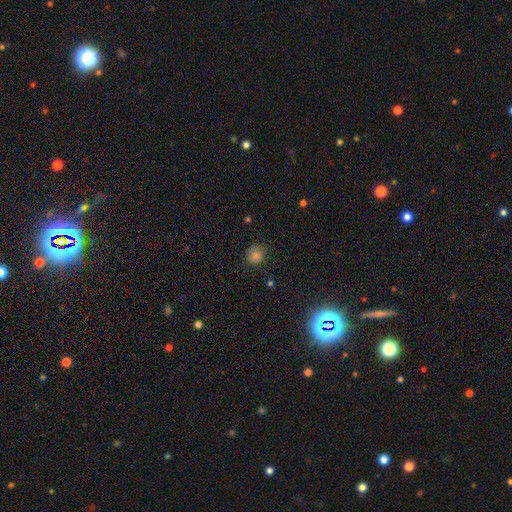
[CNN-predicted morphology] The model was most divided on "smooth or featured": smooth: 66%, star or artifact: 24%, featured or disk: 10%. More confident: how rounded — round (75%); merging — none (74%).